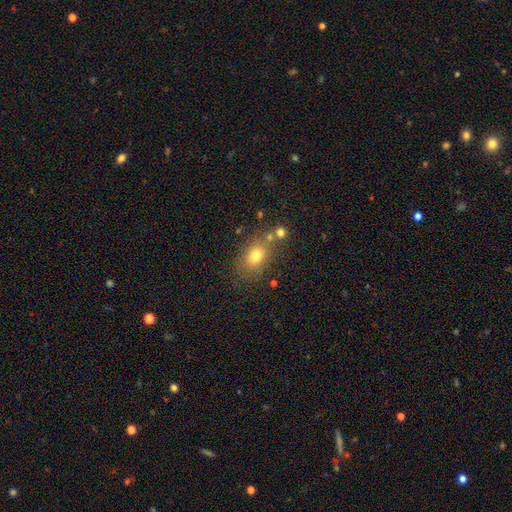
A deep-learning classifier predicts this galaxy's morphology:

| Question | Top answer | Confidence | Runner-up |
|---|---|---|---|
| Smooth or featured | smooth | 73% | star or artifact (14%) |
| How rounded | in between | 63% | round (36%) |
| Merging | none | 70% | minor disturbance (13%) |